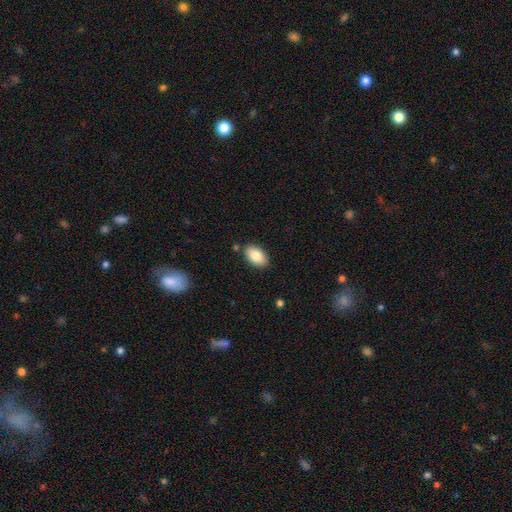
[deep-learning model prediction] Smooth or featured? smooth (83%)
How rounded? in between (93%)
Merging? none (85%)